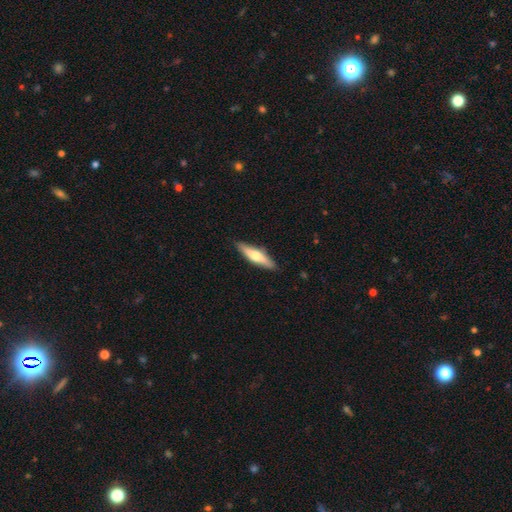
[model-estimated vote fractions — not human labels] smooth 50%, featured or disk 45%, star or artifact 5%. Down the decision tree: merging — none (88%).